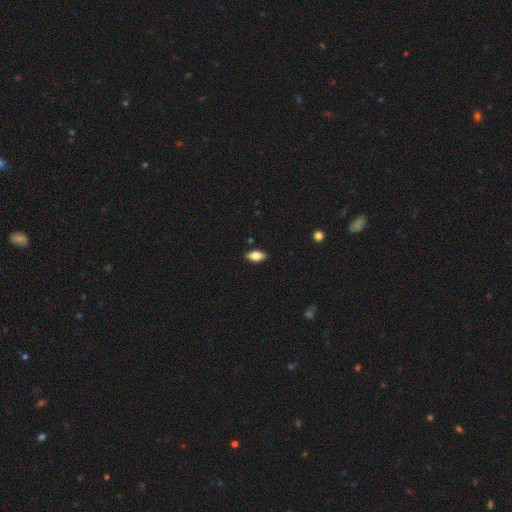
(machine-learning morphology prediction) smooth-or-featured: smooth: 73% | featured or disk: 20% | star or artifact: 7%
  how-rounded: in between: 86% | cigar-shaped: 11% | round: 3%
  merging: none: 88% | minor disturbance: 9% | major disturbance: 2% | merger: 1%